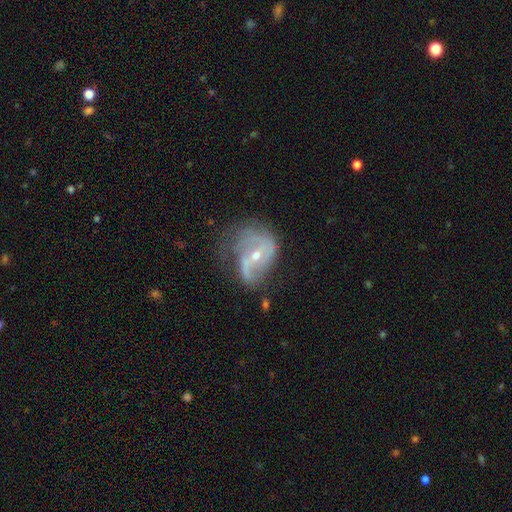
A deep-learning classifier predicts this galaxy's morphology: Q: Smooth or featured?
A: featured or disk (80%); runner-up: smooth (12%)
Q: Edge-on disk?
A: no (97%); runner-up: yes (3%)
Q: Bar?
A: weak (40%); runner-up: no (33%)
Q: Spiral arms?
A: yes (85%); runner-up: no (15%)
Q: Spiral winding?
A: loose (44%); runner-up: medium (39%)
Q: Spiral arm count?
A: 2 (63%); runner-up: 1 (15%)
Q: Bulge size?
A: small (56%); runner-up: moderate (41%)
Q: Merging?
A: none (38%); runner-up: minor disturbance (29%)